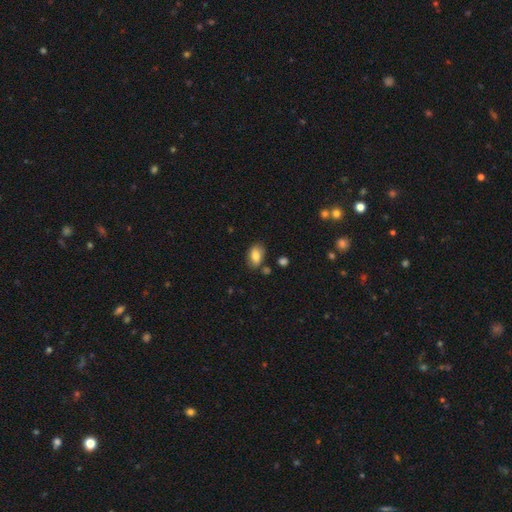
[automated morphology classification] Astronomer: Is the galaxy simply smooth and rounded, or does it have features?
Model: smooth — 80%.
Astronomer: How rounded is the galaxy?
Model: in between — 88%.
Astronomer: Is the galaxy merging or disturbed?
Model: none — 78%.